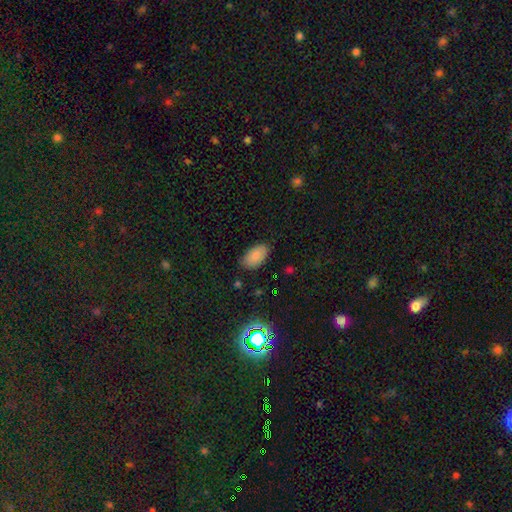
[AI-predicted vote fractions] Overall: smooth (83%). How rounded: in between (94%). Merging: none (82%).